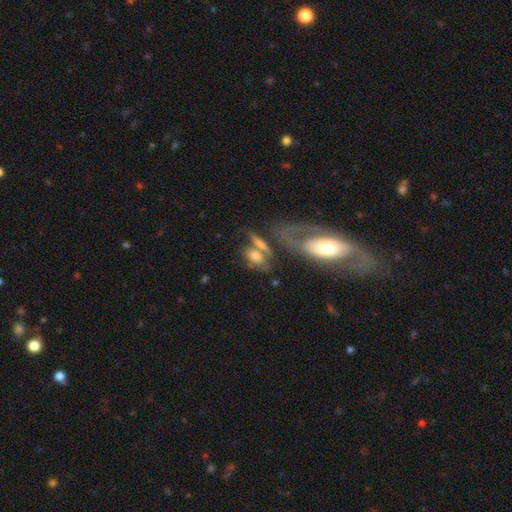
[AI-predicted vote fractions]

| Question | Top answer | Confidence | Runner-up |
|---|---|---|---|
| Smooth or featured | smooth | 57% | featured or disk (34%) |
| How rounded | in between | 78% | cigar-shaped (11%) |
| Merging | merger | 36% | tied: none (36%) |